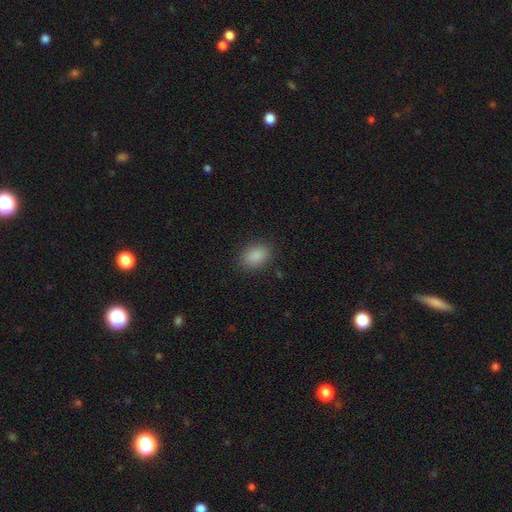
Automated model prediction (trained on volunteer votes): smooth_or_featured: smooth (p=0.88) [alt: star or artifact p=0.08]
how_rounded: in between (p=0.81) [alt: round p=0.17]
merging: none (p=0.87) [alt: minor disturbance p=0.09]